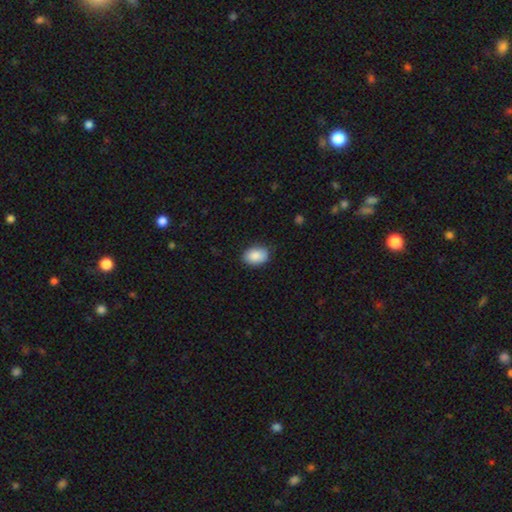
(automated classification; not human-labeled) Overall: smooth (88%). How rounded: in between (84%). Merging: none (84%).